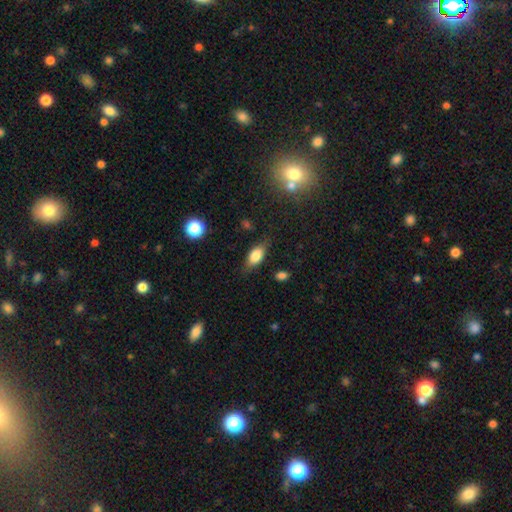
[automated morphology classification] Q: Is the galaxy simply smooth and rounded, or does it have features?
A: smooth — 75%.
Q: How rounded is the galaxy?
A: in between — 84%.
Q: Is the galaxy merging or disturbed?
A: none — 74%.